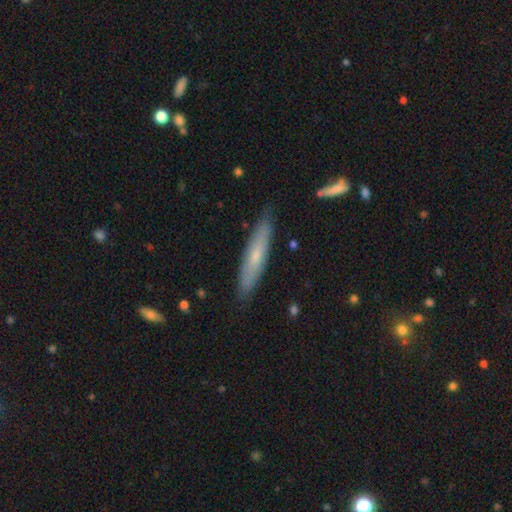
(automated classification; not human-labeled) This is possibly a smooth galaxy (54%). How rounded: clearly cigar-shaped (87%). Merging: clearly none (84%).